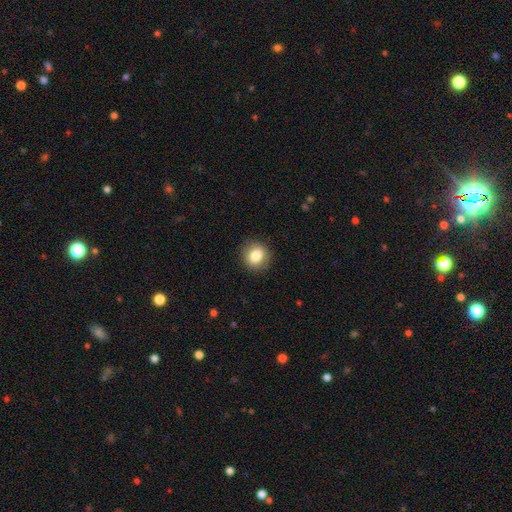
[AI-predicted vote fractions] smooth_or_featured: smooth (p=0.82) [alt: featured or disk p=0.09]
how_rounded: round (p=0.84) [alt: in between p=0.15]
merging: none (p=0.89) [alt: minor disturbance p=0.07]